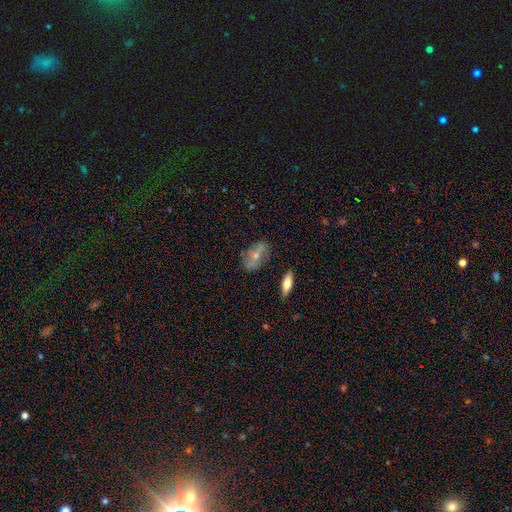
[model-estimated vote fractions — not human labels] Smooth or featured: smooth — 50% (featured or disk — 40%)
How rounded: in between — 82% (cigar-shaped — 10%)
Merging: none — 69% (minor disturbance — 20%)